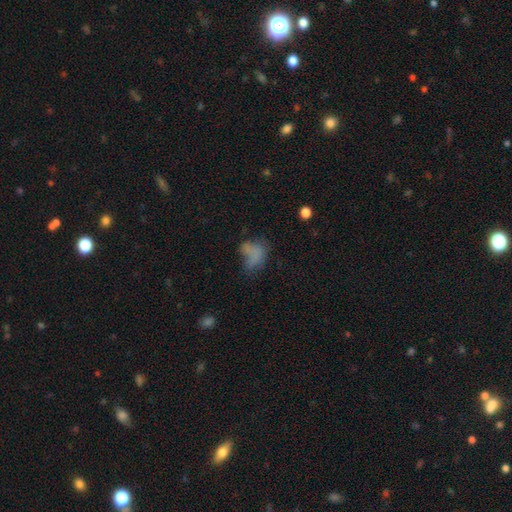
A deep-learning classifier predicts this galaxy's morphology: Smooth or featured? Predicted: smooth (p=0.64). How rounded? Predicted: in between (p=0.76). Merging? Predicted: major disturbance (p=0.34).